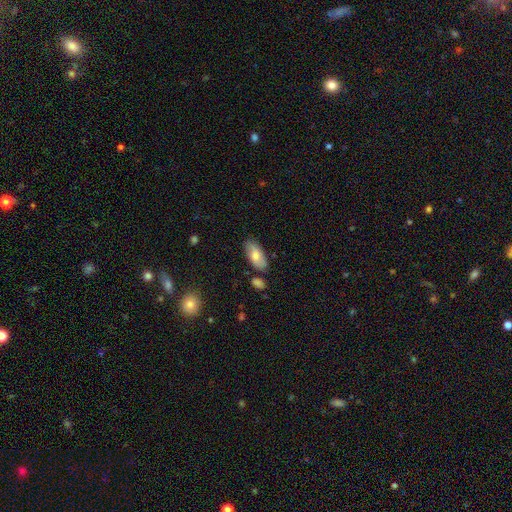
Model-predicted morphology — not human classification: type=smooth (70%); roundness=in between (90%); merging=none (77%).